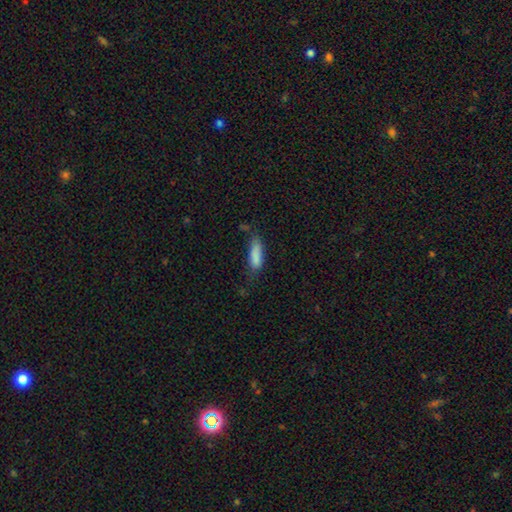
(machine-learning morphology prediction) Overall: smooth (85%). How rounded: in between (57%; cigar-shaped 41%). Merging: none (51%; minor disturbance 34%).